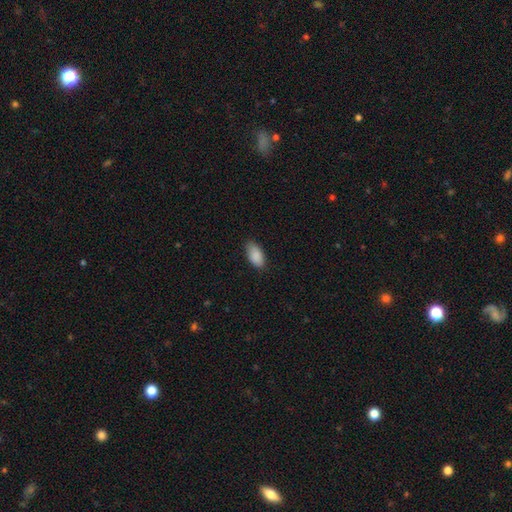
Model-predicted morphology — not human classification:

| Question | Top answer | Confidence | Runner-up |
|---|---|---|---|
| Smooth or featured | smooth | 89% | star or artifact (7%) |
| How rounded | in between | 93% | cigar-shaped (4%) |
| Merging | none | 78% | minor disturbance (18%) |